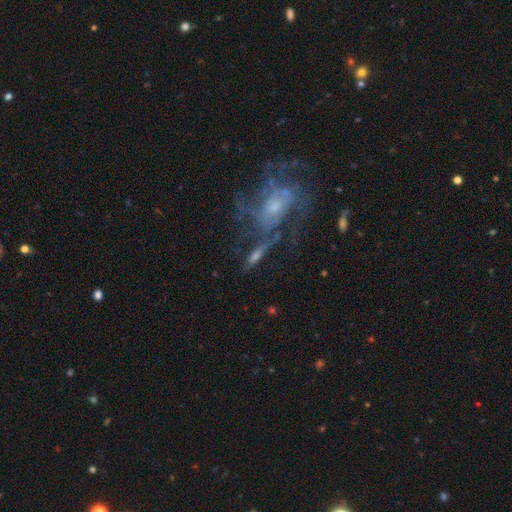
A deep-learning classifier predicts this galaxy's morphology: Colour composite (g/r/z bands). It shows a featured or disk galaxy (59%). Merging: none (50%).